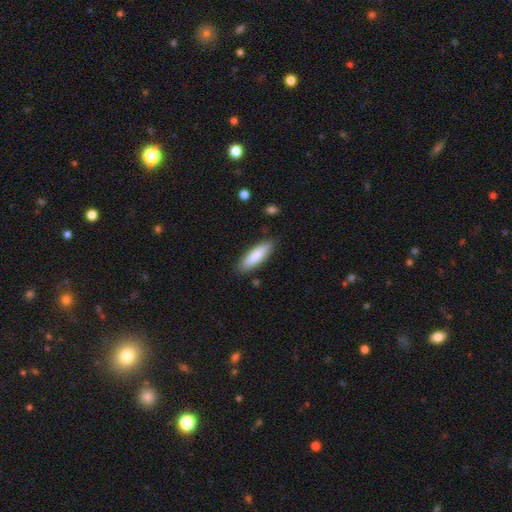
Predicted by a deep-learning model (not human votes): smooth_or_featured: smooth (p=0.82) [alt: featured or disk p=0.12]
how_rounded: cigar-shaped (p=0.53) [alt: in between p=0.46]
merging: none (p=0.85) [alt: minor disturbance p=0.11]